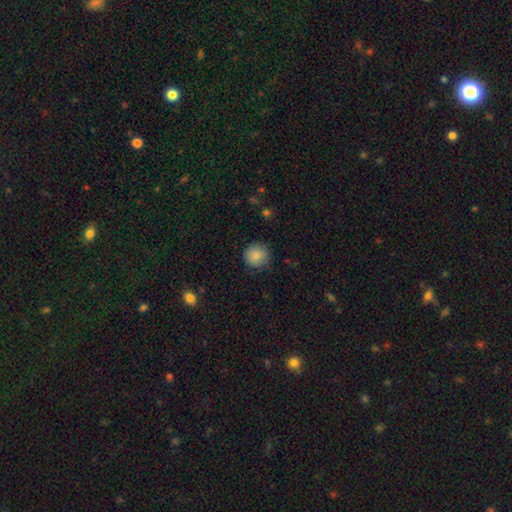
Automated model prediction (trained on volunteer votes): Morphology: type=smooth (87%); roundness=round (93%); merging=none (87%).